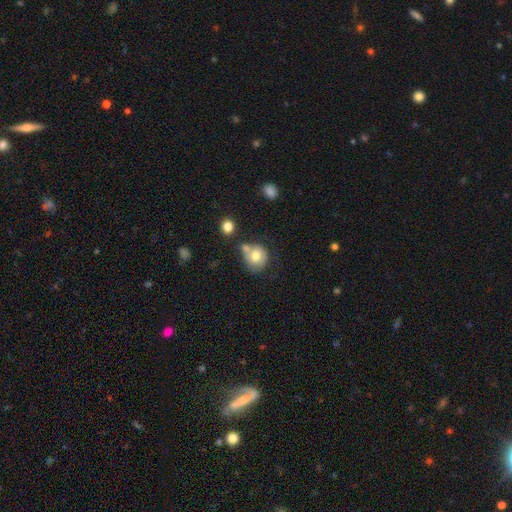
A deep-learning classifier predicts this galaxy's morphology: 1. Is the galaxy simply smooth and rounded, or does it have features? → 69% smooth, 22% featured or disk, 9% star or artifact.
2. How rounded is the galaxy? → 80% round, 20% in between, 1% cigar-shaped.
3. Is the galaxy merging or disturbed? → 43% none, 30% merger, 19% minor disturbance, 8% major disturbance.